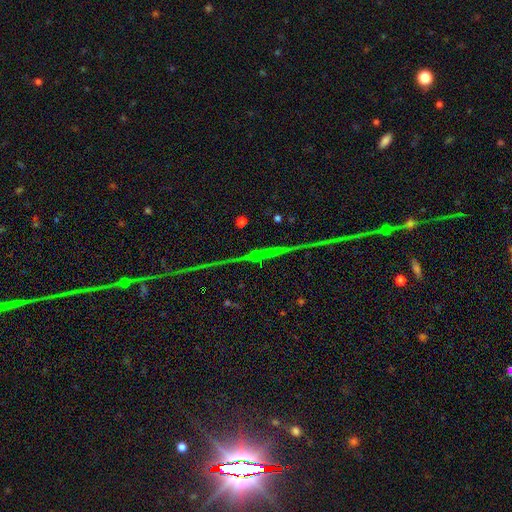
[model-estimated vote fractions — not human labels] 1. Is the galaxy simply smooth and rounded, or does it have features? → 68% star or artifact, 23% featured or disk, 9% smooth.